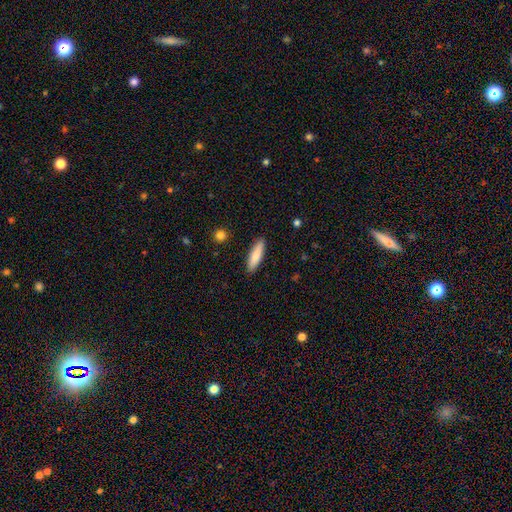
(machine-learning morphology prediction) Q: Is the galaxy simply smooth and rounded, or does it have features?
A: smooth — 81%.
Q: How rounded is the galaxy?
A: cigar-shaped — 71%.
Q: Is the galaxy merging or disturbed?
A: none — 90%.